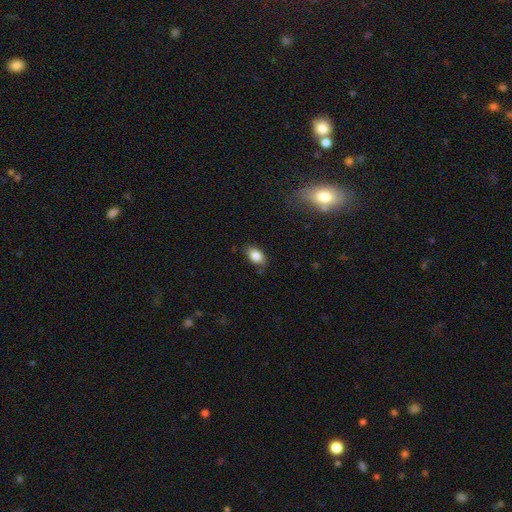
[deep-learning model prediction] smooth_or_featured: smooth (p=0.84) [alt: star or artifact p=0.08]
how_rounded: in between (p=0.89) [alt: round p=0.09]
merging: none (p=0.81) [alt: minor disturbance p=0.14]